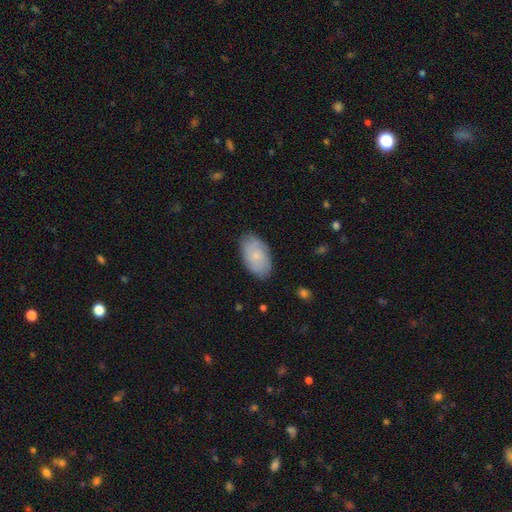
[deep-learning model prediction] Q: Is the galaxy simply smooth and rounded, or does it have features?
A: smooth — 66%.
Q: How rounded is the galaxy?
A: in between — 93%.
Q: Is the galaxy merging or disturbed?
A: none — 82%.